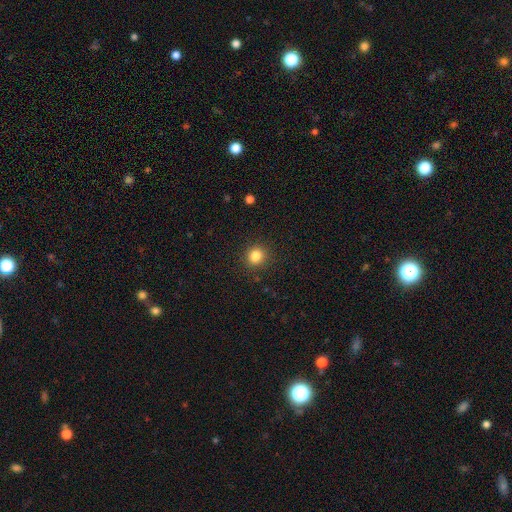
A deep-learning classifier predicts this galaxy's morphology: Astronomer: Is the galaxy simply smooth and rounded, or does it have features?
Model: smooth — 84%.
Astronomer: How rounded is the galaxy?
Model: round — 81%.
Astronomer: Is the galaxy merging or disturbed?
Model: none — 89%.